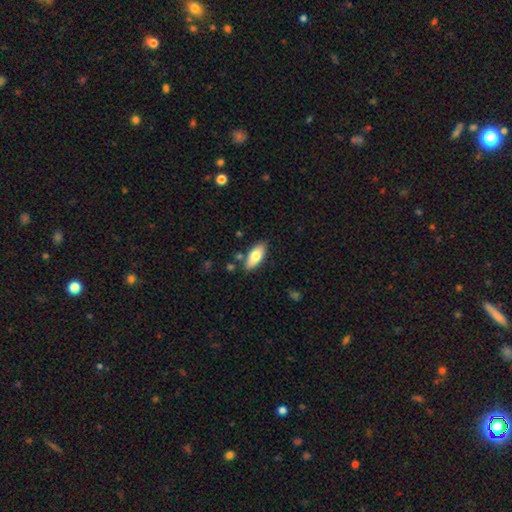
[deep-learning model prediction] Q: Smooth or featured?
A: smooth (74%); runner-up: featured or disk (20%)
Q: How rounded?
A: in between (85%); runner-up: cigar-shaped (12%)
Q: Merging?
A: none (82%); runner-up: minor disturbance (12%)